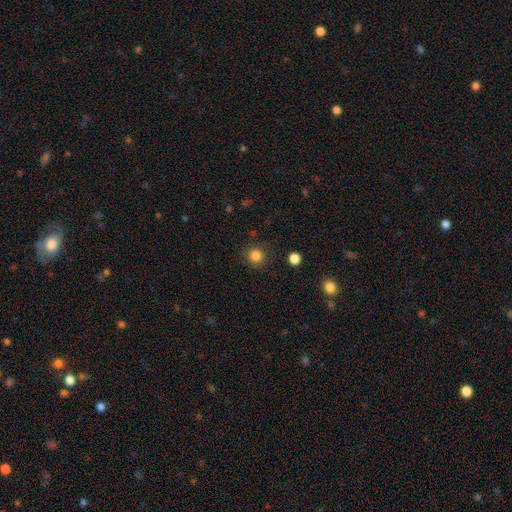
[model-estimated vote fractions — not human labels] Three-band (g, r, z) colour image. It shows a smooth galaxy with no disk features (84%) that is round (92%). Merging: none (87%).